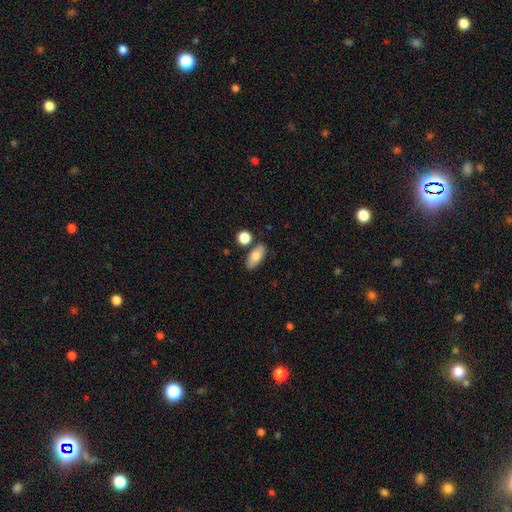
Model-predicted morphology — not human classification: A smooth galaxy with no disk features (81%) that is in between round and cigar-shaped (86%).

Vote fractions:
- Smooth or featured? smooth: 81% / featured or disk: 12% / star or artifact: 7%
- How rounded? in between: 86% / cigar-shaped: 9% / round: 5%
- Merging? none: 77% / minor disturbance: 12% / merger: 8% / major disturbance: 3%